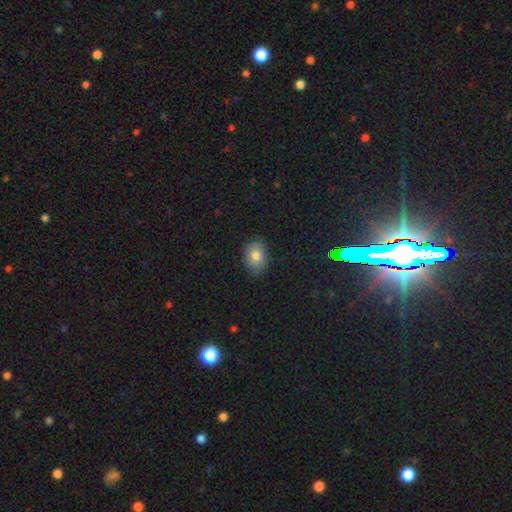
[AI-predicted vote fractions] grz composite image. It shows a smooth galaxy with no disk features (80%) that is in between round and cigar-shaped (74%). Merging: none (84%).